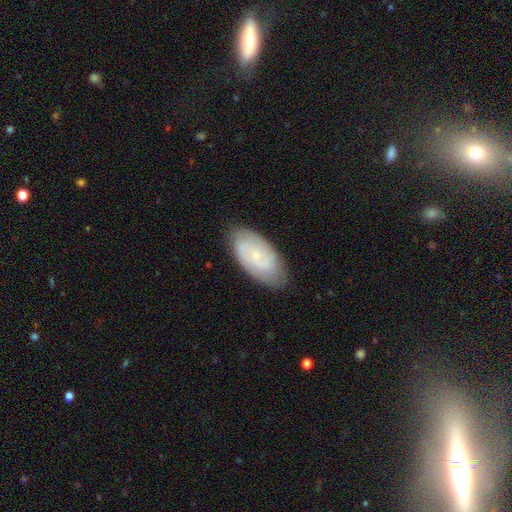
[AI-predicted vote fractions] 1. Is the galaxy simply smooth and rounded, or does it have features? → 62% featured or disk, 31% smooth, 7% star or artifact.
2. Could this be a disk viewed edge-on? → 94% no, 6% yes.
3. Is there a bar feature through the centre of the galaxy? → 66% no, 29% weak, 5% strong.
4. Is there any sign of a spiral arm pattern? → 87% yes, 13% no.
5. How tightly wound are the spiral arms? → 56% tight, 33% medium, 11% loose.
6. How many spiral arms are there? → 54% 2, 29% can't tell, 8% 3, 3% 4, 3% 1, 2% more than 4.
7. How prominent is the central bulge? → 79% small, 13% moderate, 5% none, 1% large, 1% dominant.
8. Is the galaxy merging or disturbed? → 82% none, 14% minor disturbance, 3% major disturbance, 1% merger.